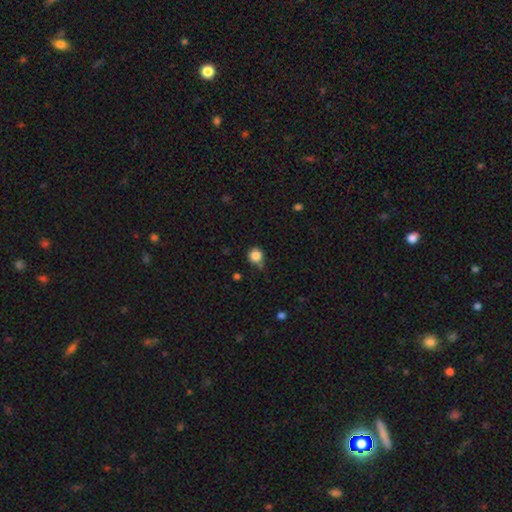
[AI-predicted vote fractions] Smooth or featured: smooth — 84% (star or artifact — 11%)
How rounded: round — 91% (in between — 8%)
Merging: none — 64% (minor disturbance — 24%)